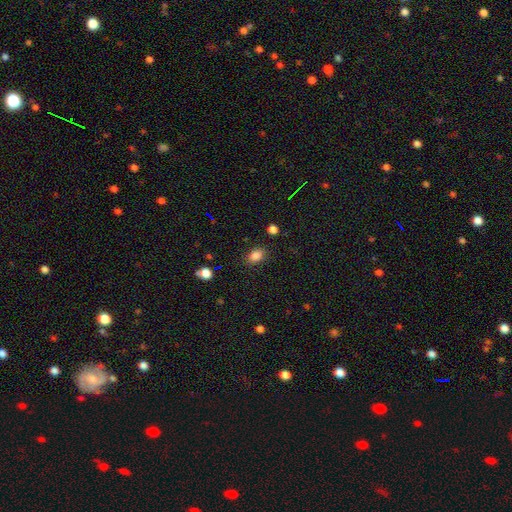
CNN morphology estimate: The model was most divided on "how rounded": in between: 73%, round: 25%, cigar-shaped: 1%. More confident: merging — none (84%); smooth or featured — smooth (84%).